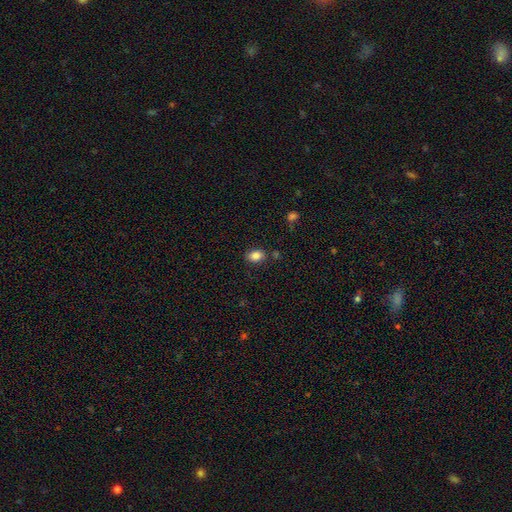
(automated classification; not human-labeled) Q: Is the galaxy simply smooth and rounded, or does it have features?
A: smooth — 85%.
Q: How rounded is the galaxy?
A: in between — 71%.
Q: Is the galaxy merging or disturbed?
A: none — 80%.